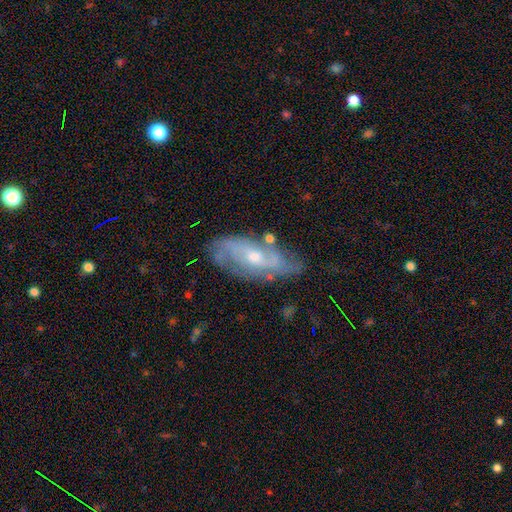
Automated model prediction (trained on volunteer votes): A featured or disk galaxy (73%) with no bar (55%), tight (45%) spiral arms (86%) and a moderate central bulge (48%).

Vote fractions:
- Smooth or featured? featured or disk: 73% / smooth: 17% / star or artifact: 11%
- Edge-on disk? no: 84% / yes: 16%
- Bar? no: 55% / weak: 35% / strong: 10%
- Spiral arms? yes: 86% / no: 14%
- Spiral winding? tight: 45% / medium: 38% / loose: 17%
- Spiral arm count? can't tell: 40% / 2: 38% / 3: 10% / 4: 4% / 1: 4% / more than 4: 4%
- Bulge size? moderate: 48% / small: 47% / large: 2% / none: 2% / dominant: 1%
- Merging? none: 73% / minor disturbance: 18% / major disturbance: 6% / merger: 3%